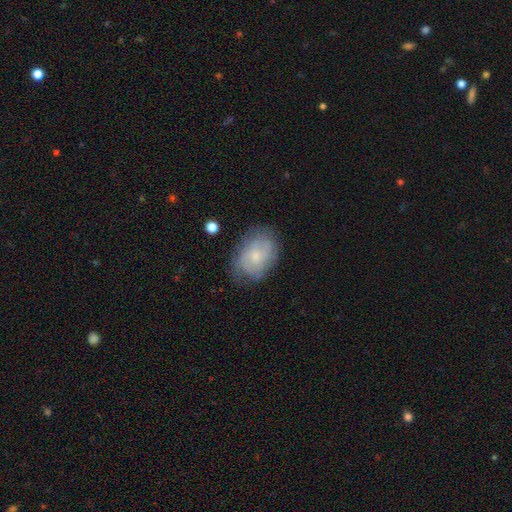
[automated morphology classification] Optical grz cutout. It shows a featured or disk galaxy (55%) with no bar (75%), spiral arms (73%) and a small central bulge (60%). Merging: none (67%).